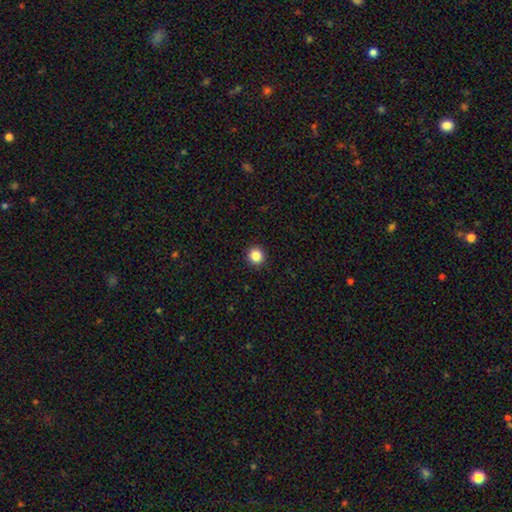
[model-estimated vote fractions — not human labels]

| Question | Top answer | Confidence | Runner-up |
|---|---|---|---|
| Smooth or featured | smooth | 86% | star or artifact (11%) |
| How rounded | round | 95% | in between (4%) |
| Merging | none | 93% | minor disturbance (4%) |